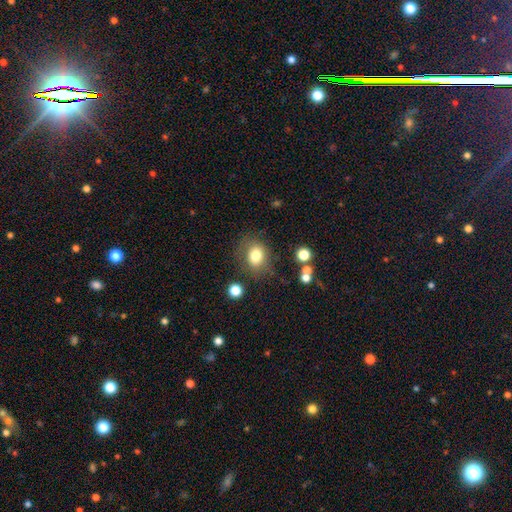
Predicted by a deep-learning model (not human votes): smooth 77%, featured or disk 12%, star or artifact 11%. Down the decision tree: how rounded — round (52%); merging — none (70%).